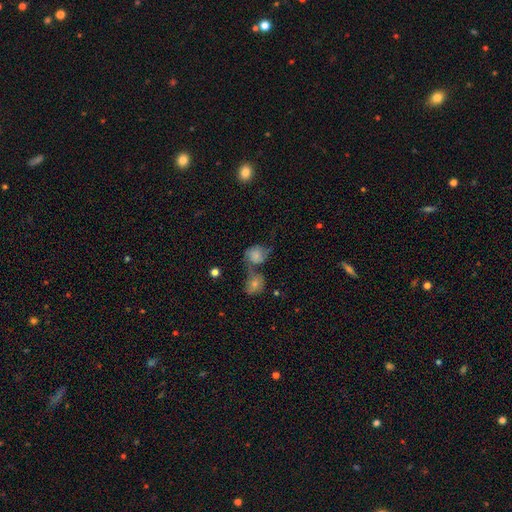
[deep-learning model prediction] Smooth or featured?
  - smooth: 58% *
  - featured or disk: 32%
  - star or artifact: 10%
How rounded?
  - round: 62% *
  - in between: 36%
  - cigar-shaped: 1%
Merging?
  - merger: 50% *
  - none: 24%
  - minor disturbance: 14%
  - major disturbance: 11%